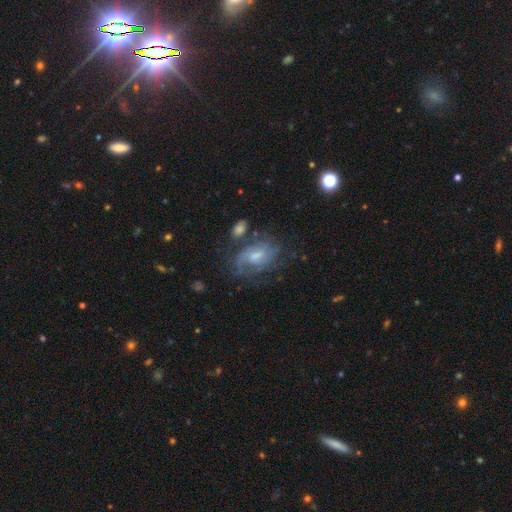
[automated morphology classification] Smooth or featured: featured or disk — 69% (smooth — 20%)
Edge-on disk: no — 96% (yes — 4%)
Bar: no — 46% (tied with weak — 46%)
Spiral arms: yes — 85% (no — 15%)
Spiral winding: medium — 42% (tight — 41%)
Spiral arm count: can't tell — 41% (2 — 33%)
Bulge size: moderate — 46% (small — 40%)
Merging: none — 58% (minor disturbance — 20%)